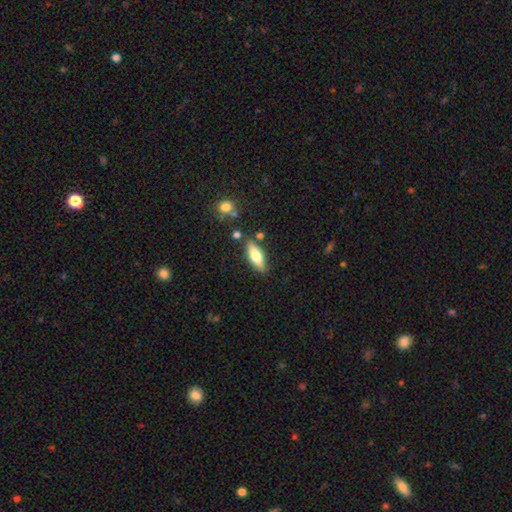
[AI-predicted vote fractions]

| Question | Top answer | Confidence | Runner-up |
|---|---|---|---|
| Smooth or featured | smooth | 59% | featured or disk (34%) |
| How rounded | in between | 57% | cigar-shaped (40%) |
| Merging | none | 81% | minor disturbance (11%) |